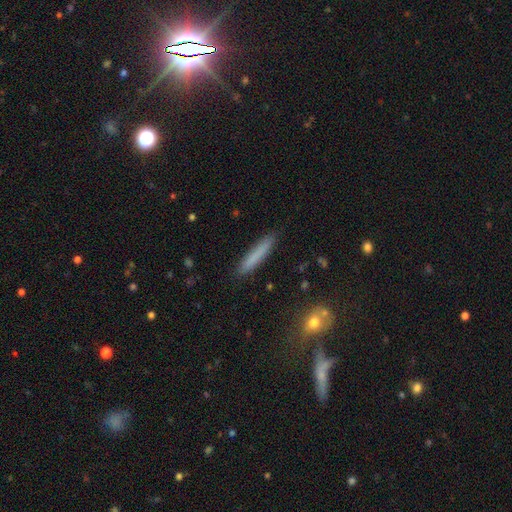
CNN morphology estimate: Q: Smooth or featured?
A: smooth (78%); runner-up: featured or disk (15%)
Q: How rounded?
A: cigar-shaped (94%); runner-up: in between (5%)
Q: Merging?
A: none (89%); runner-up: minor disturbance (8%)